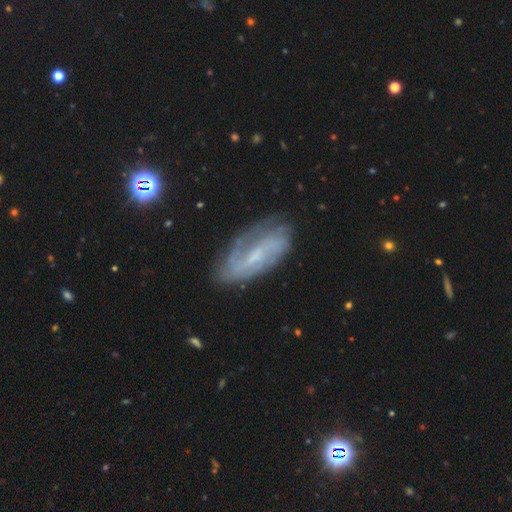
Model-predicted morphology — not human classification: smooth-or-featured: featured or disk: 72% | smooth: 20% | star or artifact: 8%
  disk-edge-on: no: 91% | yes: 9%
    bar: weak: 47% | no: 32% | strong: 21%
    has-spiral-arms: yes: 87% | no: 13%
      spiral-winding: medium: 39% | tight: 31% | loose: 30%
      spiral-arm-count: 2: 52% | can't tell: 27% | 1: 12% | 3: 5% | 4: 2% | more than 4: 2%
    bulge-size: small: 56% | moderate: 21% | none: 20% | large: 2% | dominant: 1%
  merging: none: 69% | minor disturbance: 20% | major disturbance: 8% | merger: 2%